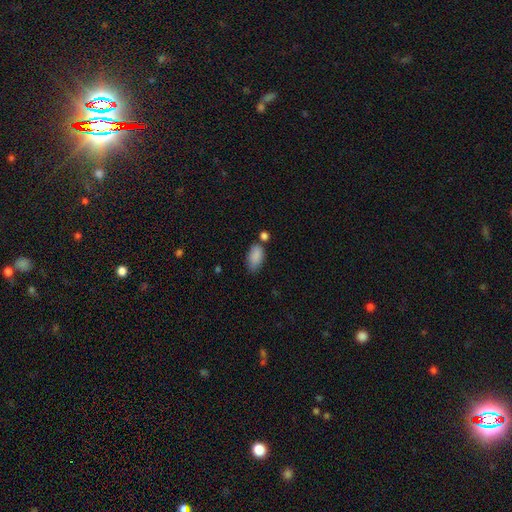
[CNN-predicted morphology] smooth_or_featured: smooth (p=0.87) [alt: star or artifact p=0.08]
how_rounded: in between (p=0.92) [alt: round p=0.04]
merging: none (p=0.57) [alt: minor disturbance p=0.25]